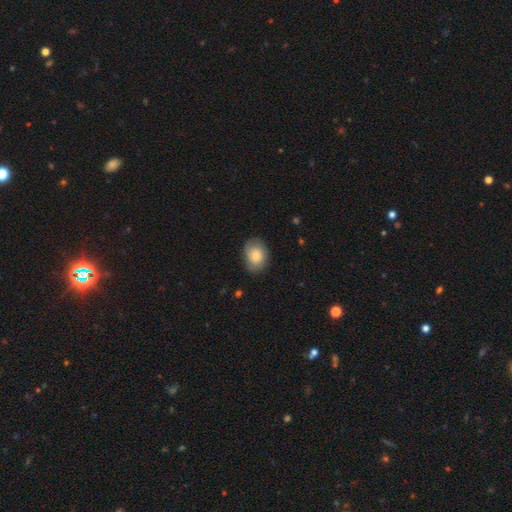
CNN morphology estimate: Overall: smooth (77%). How rounded: in between (64%; round 35%). Merging: none (75%).